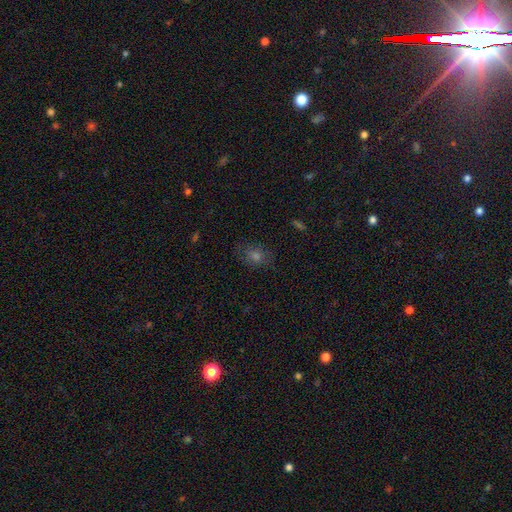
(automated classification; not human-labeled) A smooth galaxy with no disk features (57%) that is in between round and cigar-shaped (52%). Merging: none (78%).